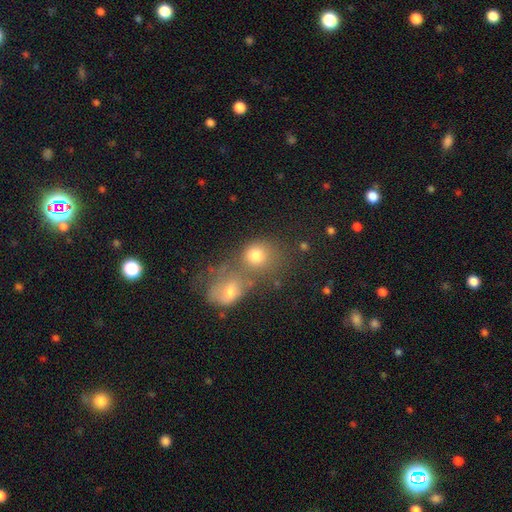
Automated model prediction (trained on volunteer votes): Smooth or featured?
  - smooth: 74% *
  - star or artifact: 13%
  - featured or disk: 13%
How rounded?
  - round: 67% *
  - in between: 32%
  - cigar-shaped: 1%
Merging?
  - merger: 56% *
  - none: 29%
  - minor disturbance: 9%
  - major disturbance: 7%